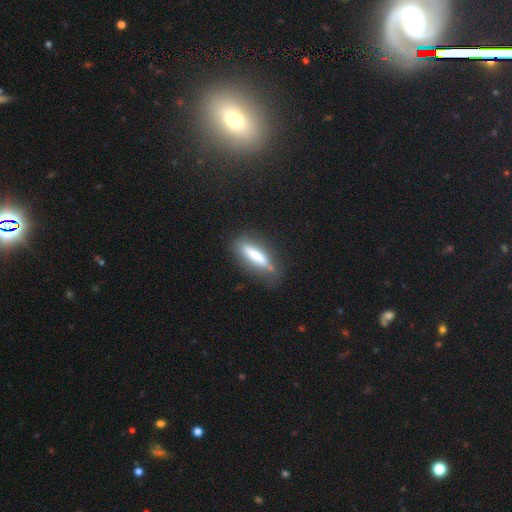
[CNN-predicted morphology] Smooth or featured? Predicted: smooth (p=0.70). How rounded? Predicted: cigar-shaped (p=0.70). Merging? Predicted: none (p=0.71).